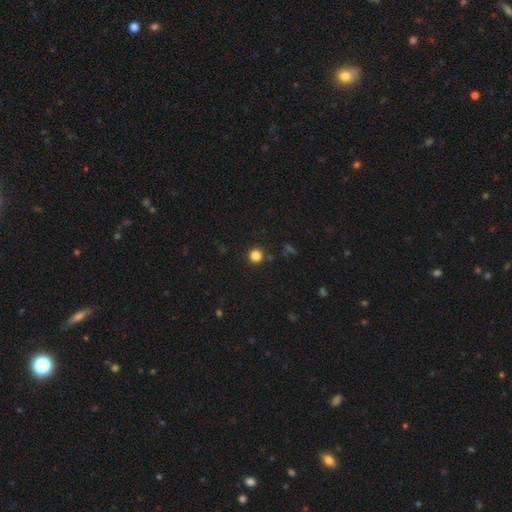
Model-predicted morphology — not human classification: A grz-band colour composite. It shows a smooth galaxy with no disk features (82%) that is round (95%). Merging: none (91%).